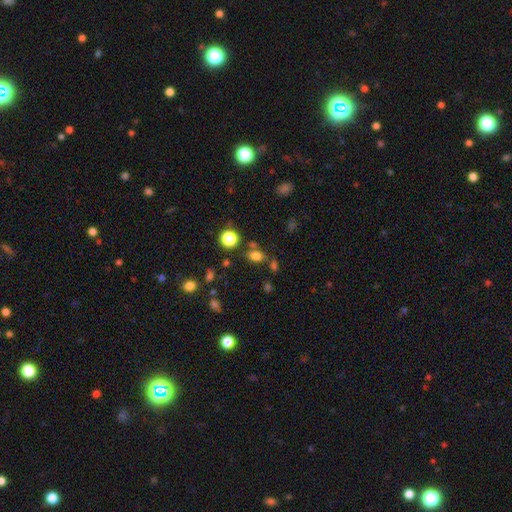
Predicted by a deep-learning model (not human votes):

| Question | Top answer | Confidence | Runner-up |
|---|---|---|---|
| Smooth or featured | smooth | 76% | star or artifact (18%) |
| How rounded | in between | 68% | round (30%) |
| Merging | none | 69% | merger (13%) |